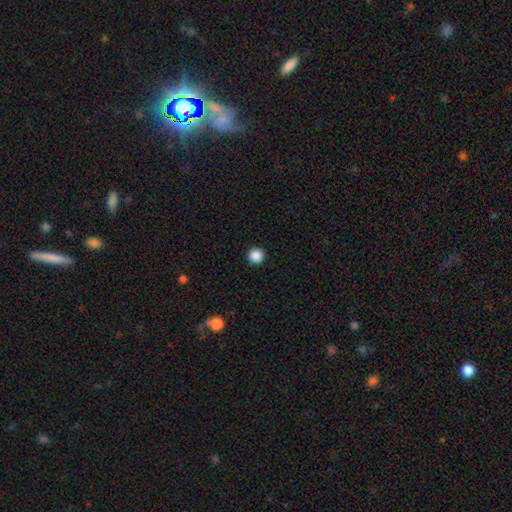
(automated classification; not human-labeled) Overall: smooth (88%). How rounded: round (96%). Merging: none (94%).